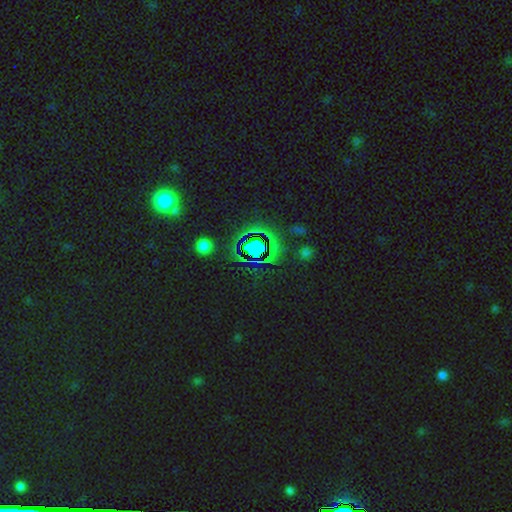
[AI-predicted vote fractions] smooth-or-featured: star or artifact: 68% | smooth: 19% | featured or disk: 12%